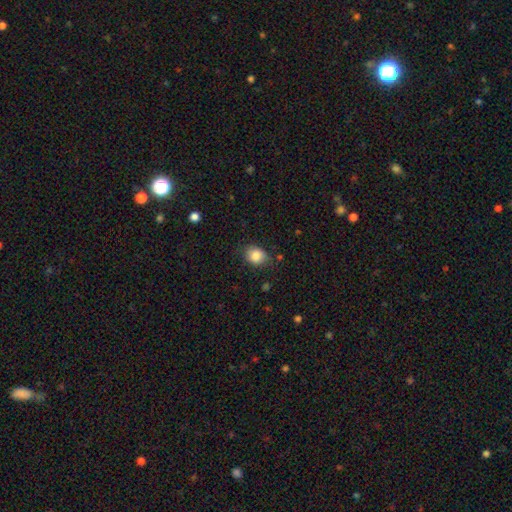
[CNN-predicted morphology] The model was most divided on "how rounded": round: 57%, in between: 43%, cigar-shaped: 1%. More confident: smooth or featured — smooth (85%); merging — none (76%).